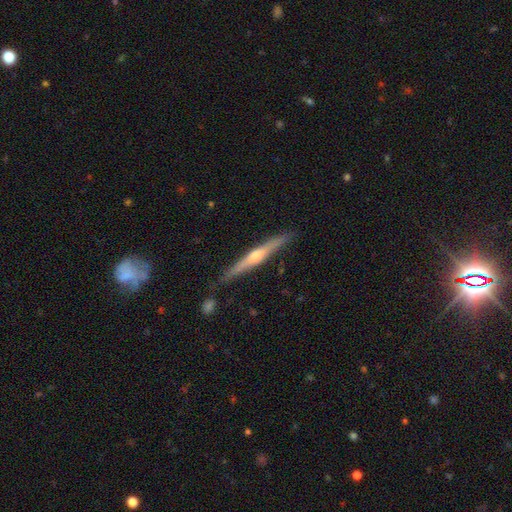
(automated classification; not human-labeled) Q: Smooth or featured?
A: featured or disk (77%); runner-up: smooth (17%)
Q: Edge-on disk?
A: yes (97%); runner-up: no (3%)
Q: Edge-on bulge?
A: rounded (86%); runner-up: none (10%)
Q: Merging?
A: none (87%); runner-up: minor disturbance (9%)